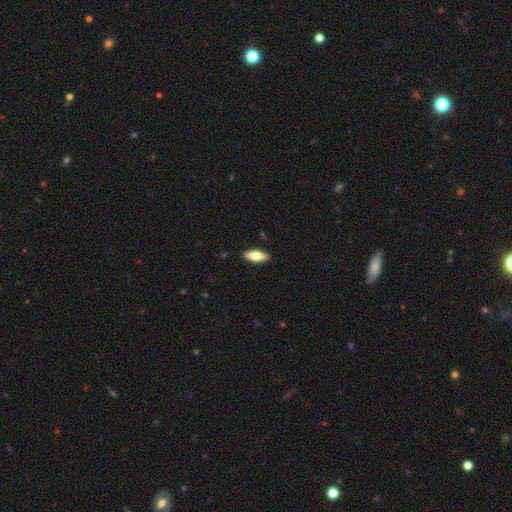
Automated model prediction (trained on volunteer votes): A smooth galaxy with no disk features (69%) that is in between round and cigar-shaped (76%).

Vote fractions:
- Smooth or featured? smooth: 69% / featured or disk: 25% / star or artifact: 6%
- How rounded? in between: 76% / cigar-shaped: 22% / round: 2%
- Merging? none: 89% / minor disturbance: 8% / major disturbance: 2% / merger: 1%